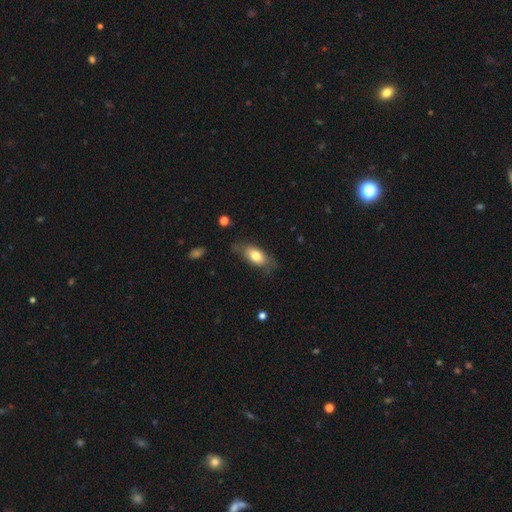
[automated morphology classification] A smooth galaxy with no disk features (71%) that is in between round and cigar-shaped (85%). Merging: none (68%).